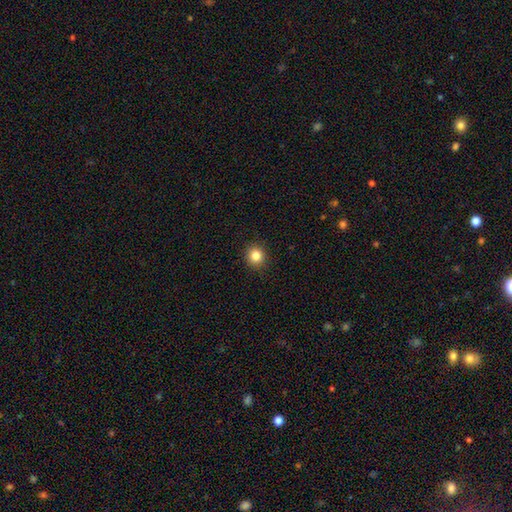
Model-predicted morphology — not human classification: smooth 84%, star or artifact 12%, featured or disk 5%. Down the decision tree: how rounded — round (91%); merging — none (92%).